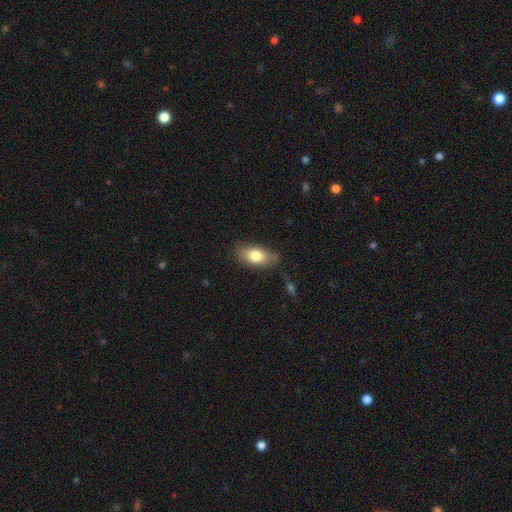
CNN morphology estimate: Smooth or featured? smooth (78%)
How rounded? in between (87%)
Merging? none (72%)